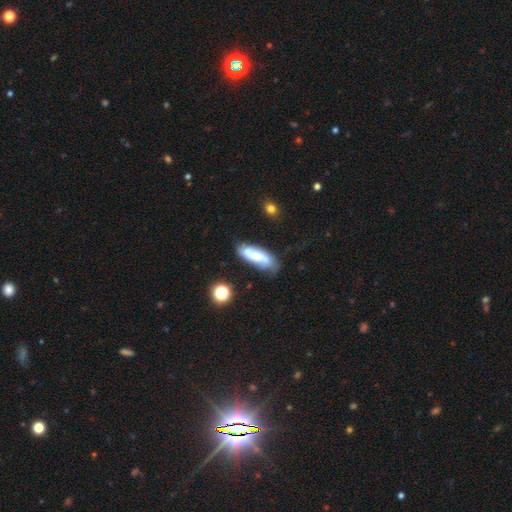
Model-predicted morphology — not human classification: type=smooth (51%); roundness=in between (60%); merging=none (57%).